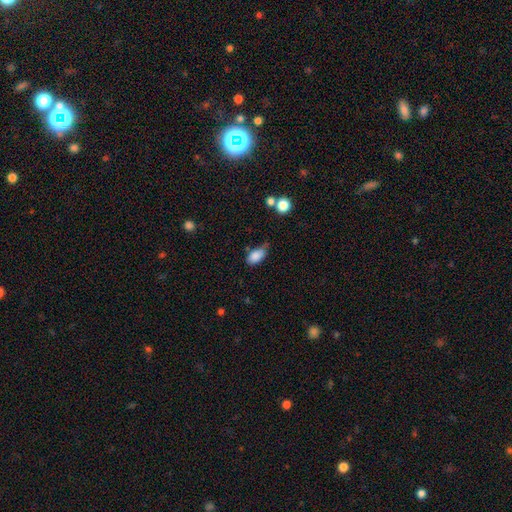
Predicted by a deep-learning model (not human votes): This appears to be a smooth galaxy with no disk features (86%) that is in between round and cigar-shaped (91%). Merging: none (51%).